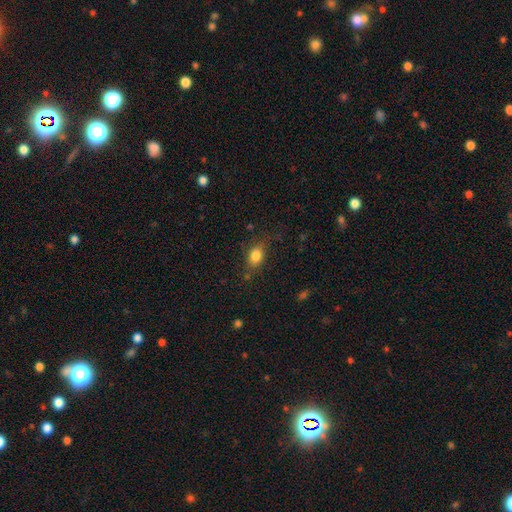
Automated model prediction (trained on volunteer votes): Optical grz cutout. It shows a smooth galaxy with no disk features (83%) that is in between round and cigar-shaped (76%). Merging: none (74%).